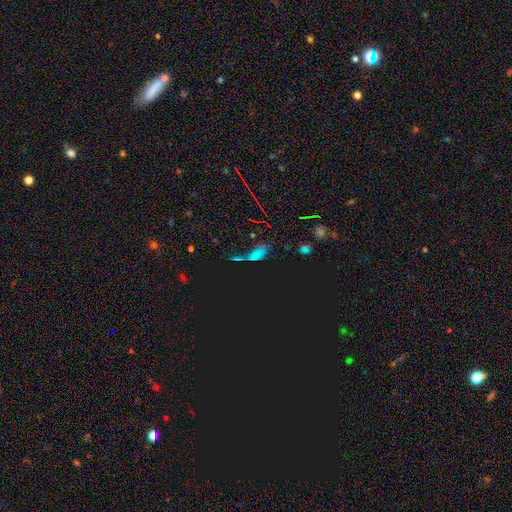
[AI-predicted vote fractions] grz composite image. It shows a star or artifact, not a galaxy (69%).